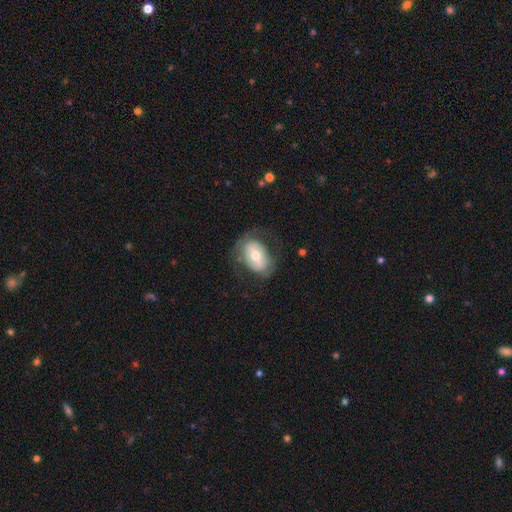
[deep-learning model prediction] Smooth or featured? featured or disk (48%)
Merging? none (62%)